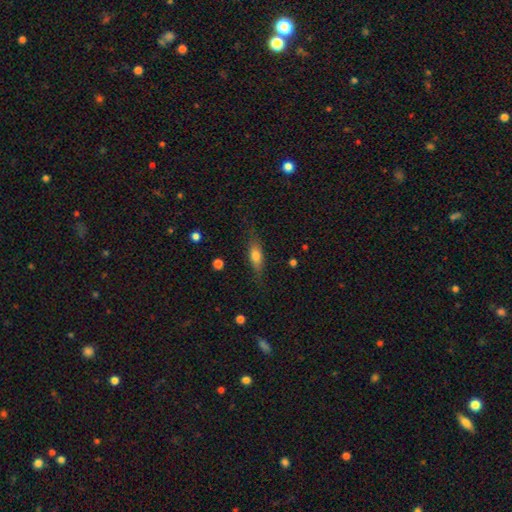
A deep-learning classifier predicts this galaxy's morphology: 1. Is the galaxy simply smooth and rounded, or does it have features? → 65% smooth, 28% featured or disk, 8% star or artifact.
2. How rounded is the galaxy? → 57% in between, 39% cigar-shaped, 4% round.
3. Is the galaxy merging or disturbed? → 74% none, 18% minor disturbance, 6% major disturbance, 2% merger.